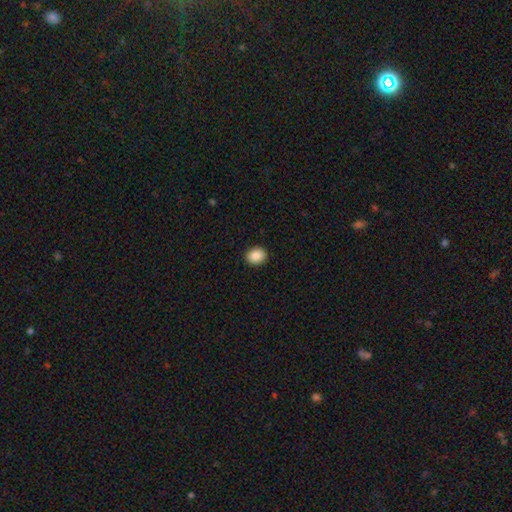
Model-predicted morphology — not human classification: The model was most divided on "how rounded": round: 59%, in between: 40%, cigar-shaped: 1%. More confident: merging — none (91%); smooth or featured — smooth (89%).